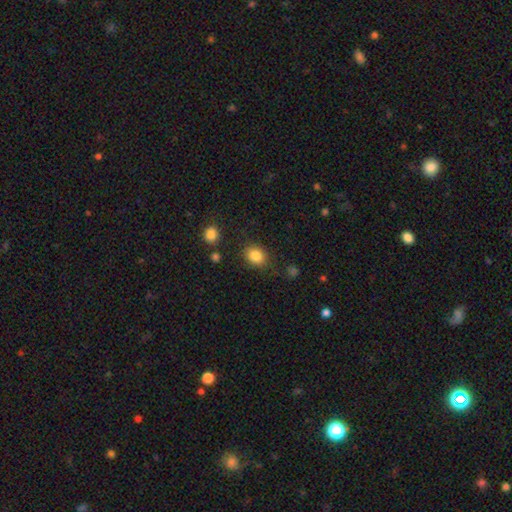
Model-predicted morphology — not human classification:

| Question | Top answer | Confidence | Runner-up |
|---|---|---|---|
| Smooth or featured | smooth | 85% | star or artifact (9%) |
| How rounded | in between | 51% | round (48%) |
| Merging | none | 82% | minor disturbance (11%) |